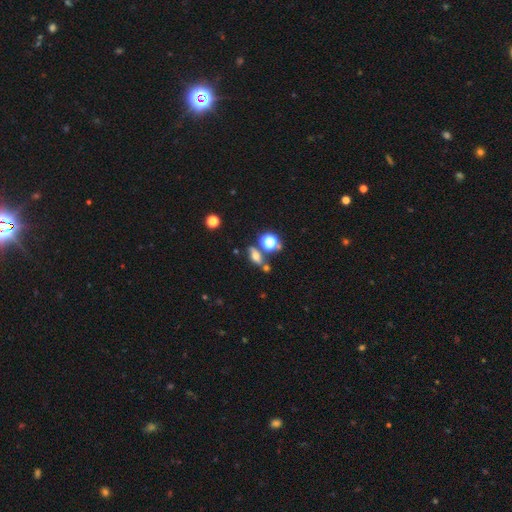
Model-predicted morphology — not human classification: smooth_or_featured: smooth (p=0.56) [alt: featured or disk p=0.25]
how_rounded: in between (p=0.63) [alt: round p=0.20]
merging: none (p=0.64) [alt: merger p=0.15]